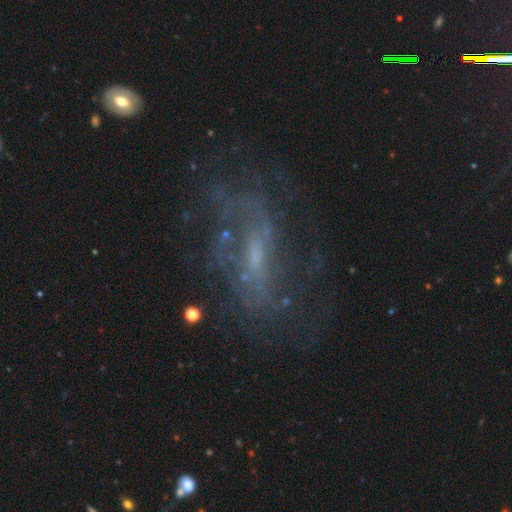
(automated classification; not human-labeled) featured or disk 73%, smooth 14%, star or artifact 13%. Down the decision tree: edge-on disk — no (90%); bar — weak (46%); spiral arms — yes (63%); bulge size — small (55%); merging — none (54%).